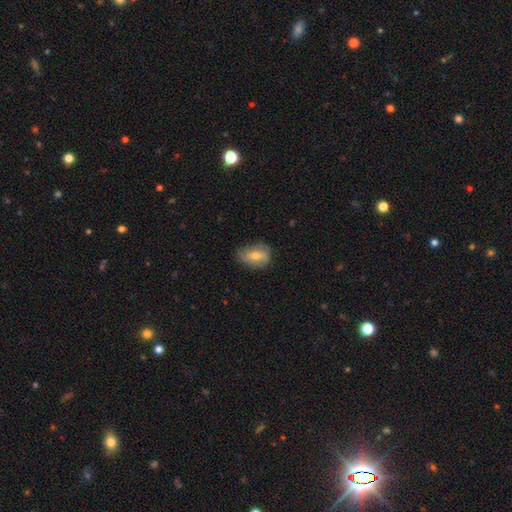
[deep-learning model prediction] Smooth or featured?
  - smooth: 53% *
  - featured or disk: 39%
  - star or artifact: 8%
How rounded?
  - in between: 75% *
  - round: 23%
  - cigar-shaped: 2%
Merging?
  - none: 62% *
  - minor disturbance: 29%
  - major disturbance: 8%
  - merger: 1%